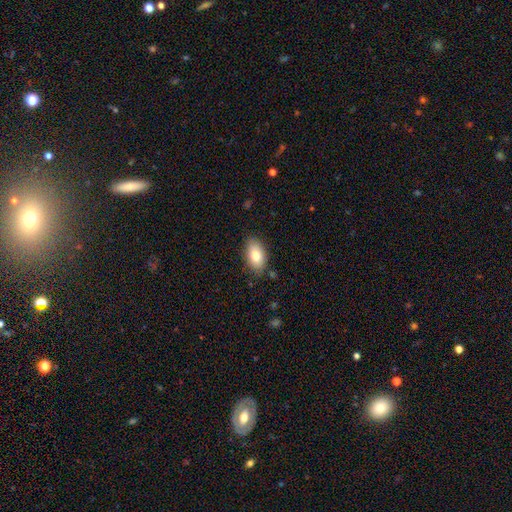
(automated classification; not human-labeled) This appears to be a smooth galaxy with no disk features (80%) that is in between round and cigar-shaped (91%). Merging: none (82%).